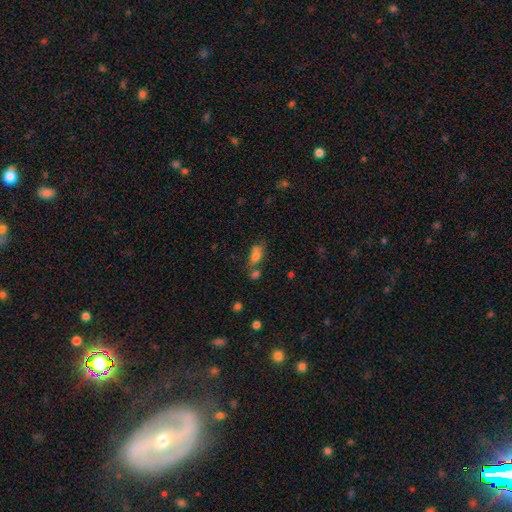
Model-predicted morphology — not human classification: smooth-or-featured: smooth: 71% | featured or disk: 17% | star or artifact: 12%
  how-rounded: in between: 78% | cigar-shaped: 12% | round: 9%
  merging: none: 45% | merger: 30% | minor disturbance: 17% | major disturbance: 8%